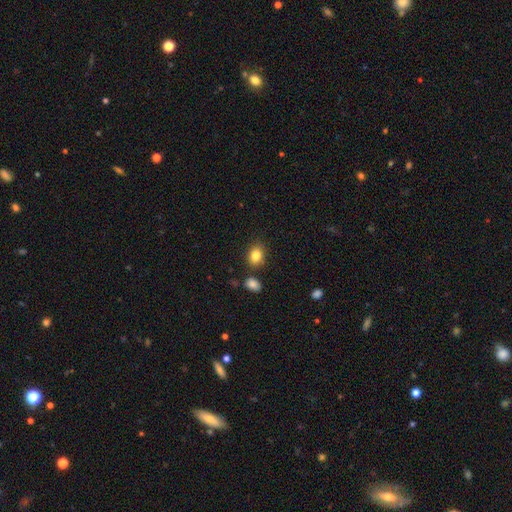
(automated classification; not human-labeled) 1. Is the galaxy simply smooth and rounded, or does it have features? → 84% smooth, 9% star or artifact, 6% featured or disk.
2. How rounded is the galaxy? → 63% in between, 36% round, 1% cigar-shaped.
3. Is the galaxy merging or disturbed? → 77% none, 13% minor disturbance, 7% merger, 3% major disturbance.